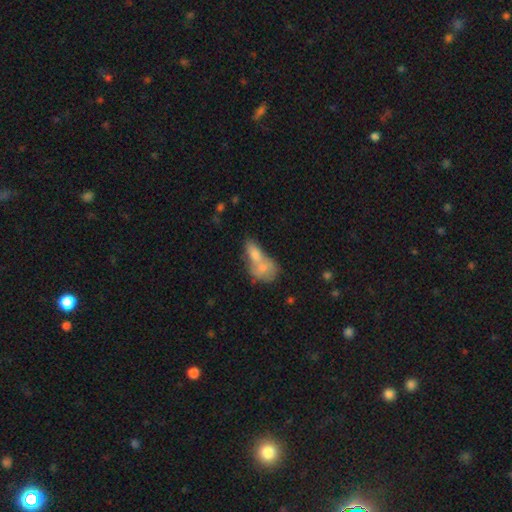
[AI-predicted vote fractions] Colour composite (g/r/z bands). It shows a smooth galaxy with no disk features (65%) that is in between round and cigar-shaped (73%). Merging: merger (68%).